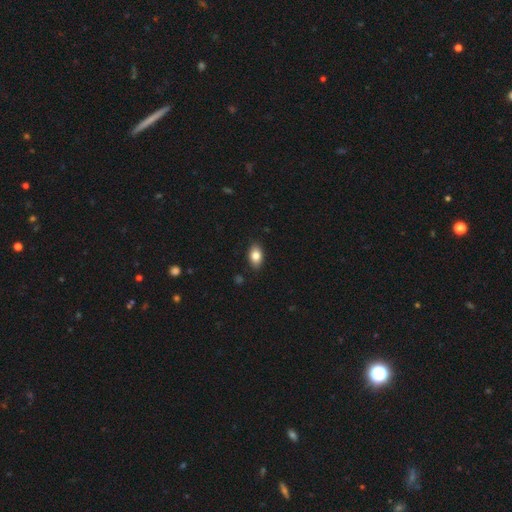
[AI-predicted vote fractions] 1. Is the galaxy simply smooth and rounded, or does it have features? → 83% smooth, 9% featured or disk, 8% star or artifact.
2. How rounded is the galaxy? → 89% in between, 8% round, 2% cigar-shaped.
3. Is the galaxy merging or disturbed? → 88% none, 9% minor disturbance, 2% major disturbance, 1% merger.